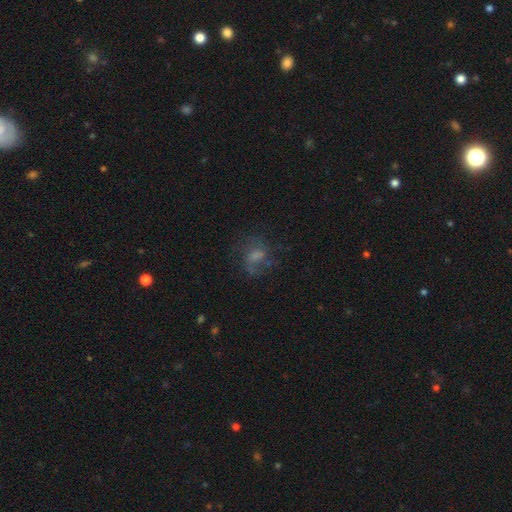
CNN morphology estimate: This appears to be a featured or disk galaxy (44%). Merging: none (54%).